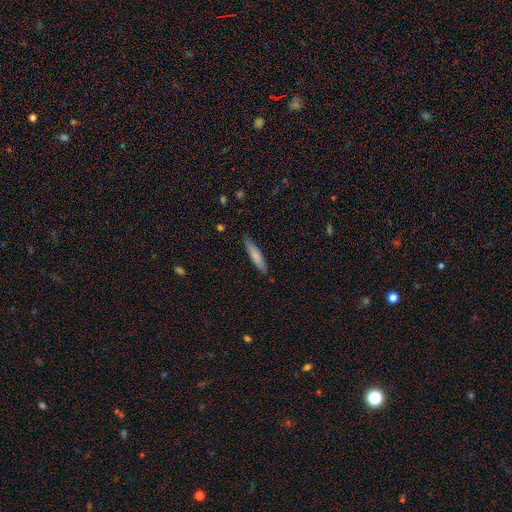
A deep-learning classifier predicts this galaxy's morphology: Smooth or featured: smooth — 78% (featured or disk — 16%)
How rounded: cigar-shaped — 84% (in between — 15%)
Merging: none — 85% (minor disturbance — 12%)